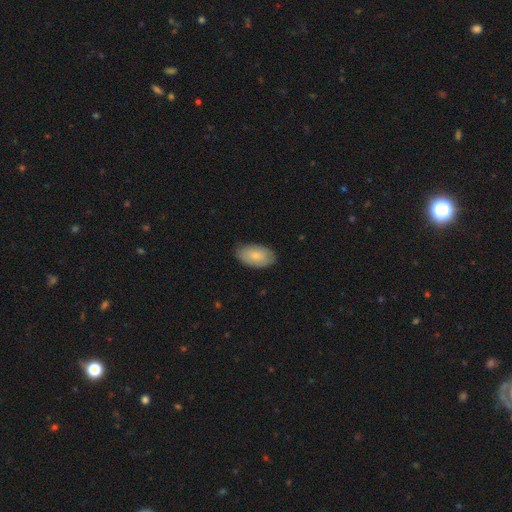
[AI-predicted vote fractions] Smooth or featured: smooth — 81% (featured or disk — 13%)
How rounded: in between — 95% (round — 3%)
Merging: none — 85% (minor disturbance — 12%)